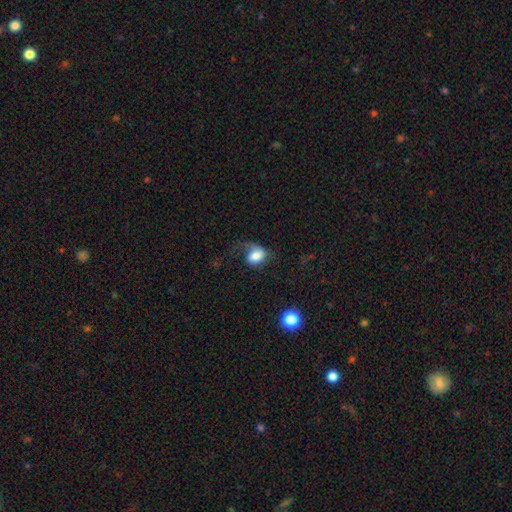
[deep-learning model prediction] Smooth or featured? smooth (65%)
How rounded? in between (62%)
Merging? major disturbance (44%)